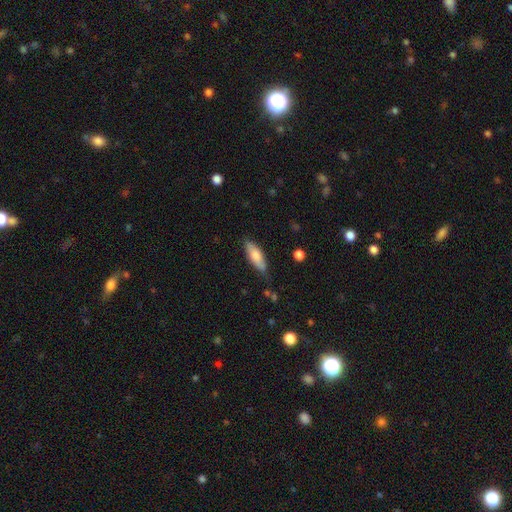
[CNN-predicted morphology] A smooth galaxy with no disk features (76%) that is in between round and cigar-shaped (56%). Merging: none (77%).